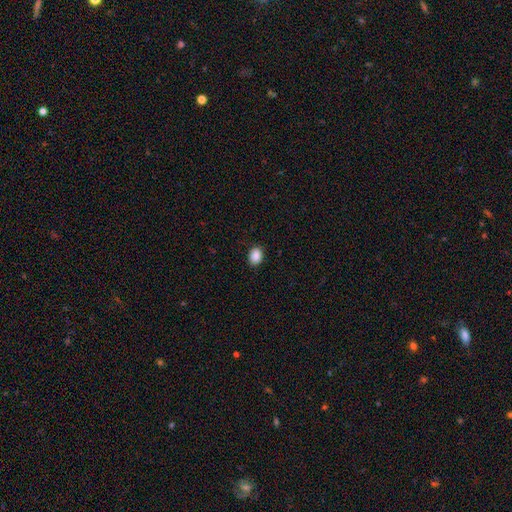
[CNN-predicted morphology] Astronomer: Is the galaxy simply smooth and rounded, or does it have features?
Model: smooth — 89%.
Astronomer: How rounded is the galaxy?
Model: in between — 75%.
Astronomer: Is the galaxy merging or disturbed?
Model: none — 88%.